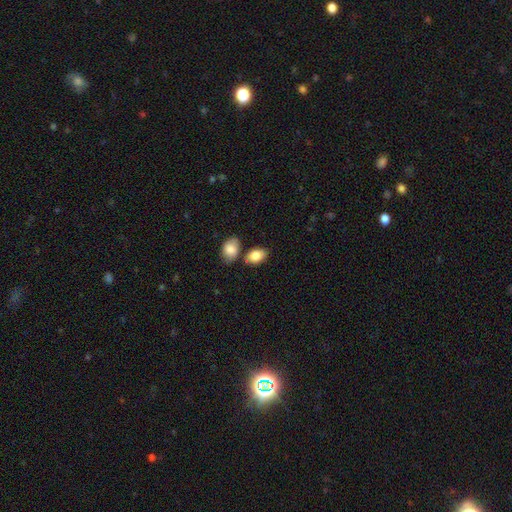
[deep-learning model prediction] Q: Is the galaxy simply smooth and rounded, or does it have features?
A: smooth — 84%.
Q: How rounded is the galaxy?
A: in between — 88%.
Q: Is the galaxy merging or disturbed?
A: none — 69%.